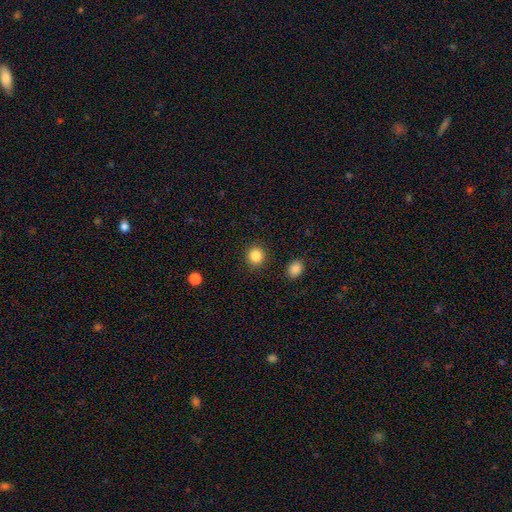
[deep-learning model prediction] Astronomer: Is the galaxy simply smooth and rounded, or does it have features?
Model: smooth — 86%.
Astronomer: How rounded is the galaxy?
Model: round — 92%.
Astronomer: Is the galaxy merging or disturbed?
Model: none — 90%.